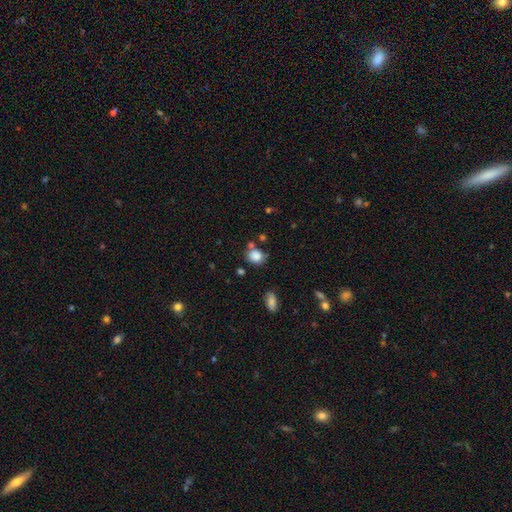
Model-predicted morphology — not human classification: A smooth galaxy with no disk features (83%) that is round (71%).

Vote fractions:
- Smooth or featured? smooth: 83% / star or artifact: 11% / featured or disk: 6%
- How rounded? round: 71% / in between: 28% / cigar-shaped: 1%
- Merging? none: 61% / minor disturbance: 18% / merger: 15% / major disturbance: 6%